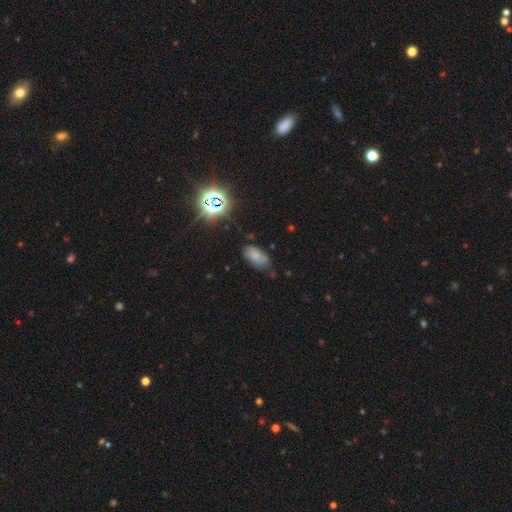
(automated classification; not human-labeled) The model was most divided on "merging": none: 61%, minor disturbance: 28%, major disturbance: 7%, merger: 4%. More confident: how rounded — in between (92%); smooth or featured — smooth (63%).